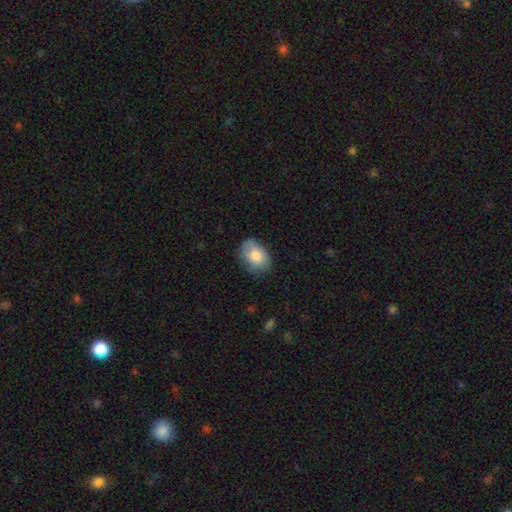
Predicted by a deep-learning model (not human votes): This appears to be a smooth galaxy with no disk features (81%) that is in between round and cigar-shaped (80%). Merging: none (69%).